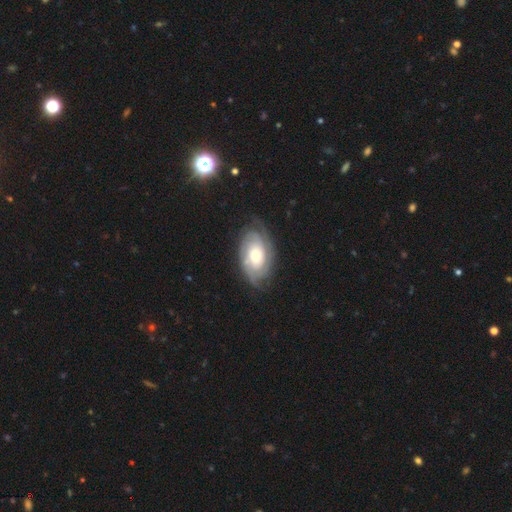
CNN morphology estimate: The model was most divided on "spiral arm count" (2-way tie): 2: 32%, can't tell: 32%, 3: 19%, 4: 7%, 1: 5%, more than 4: 5%. More confident: edge-on disk — no (95%); spiral arms — yes (94%); smooth or featured — featured or disk (81%); merging — none (75%); bar — no (73%); spiral winding — tight (72%); bulge size — moderate (69%).